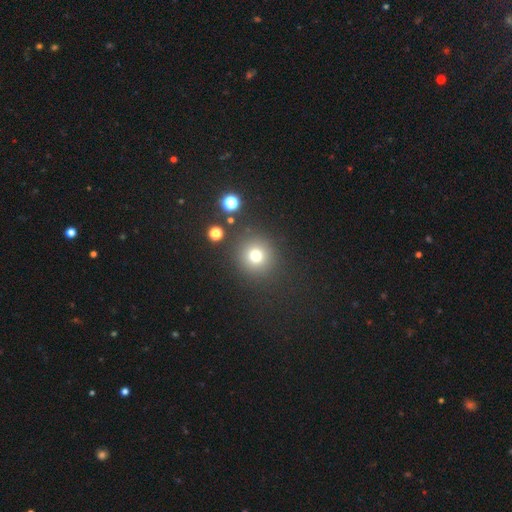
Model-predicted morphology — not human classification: smooth-or-featured: smooth: 74% | star or artifact: 17% | featured or disk: 8%
  how-rounded: round: 93% | in between: 6% | cigar-shaped: 1%
  merging: none: 87% | minor disturbance: 7% | major disturbance: 4% | merger: 3%